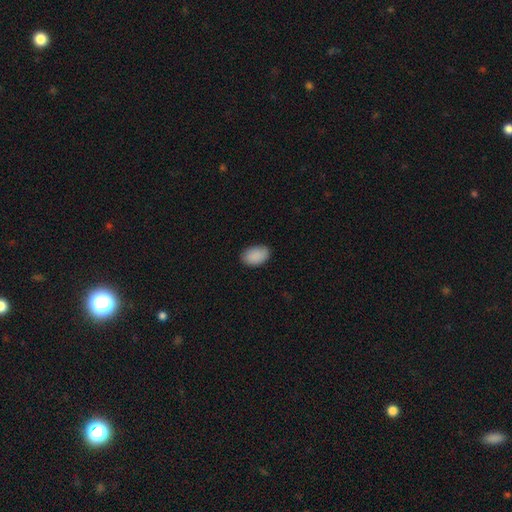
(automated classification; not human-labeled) This is clearly a smooth galaxy (90%). How rounded: clearly in between (89%). Merging: clearly none (82%).